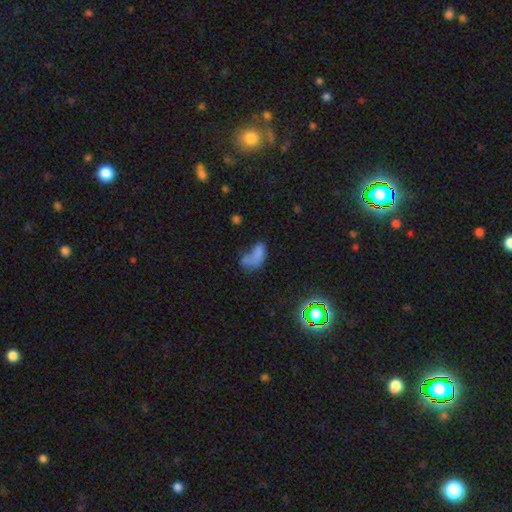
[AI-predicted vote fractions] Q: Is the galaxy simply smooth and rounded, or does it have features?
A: smooth — 62%.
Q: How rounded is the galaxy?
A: in between — 88%.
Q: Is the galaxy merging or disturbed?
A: major disturbance — 32%.